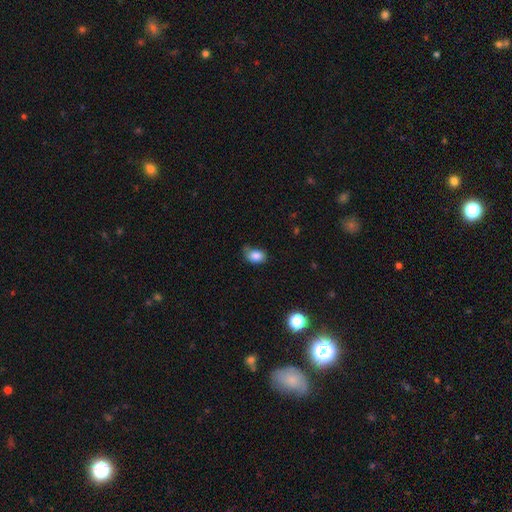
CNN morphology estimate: A smooth galaxy with no disk features (84%) that is in between round and cigar-shaped (76%).

Vote fractions:
- Smooth or featured? smooth: 84% / star or artifact: 10% / featured or disk: 6%
- How rounded? in between: 76% / round: 23% / cigar-shaped: 1%
- Merging? none: 54% / minor disturbance: 32% / major disturbance: 9% / merger: 5%